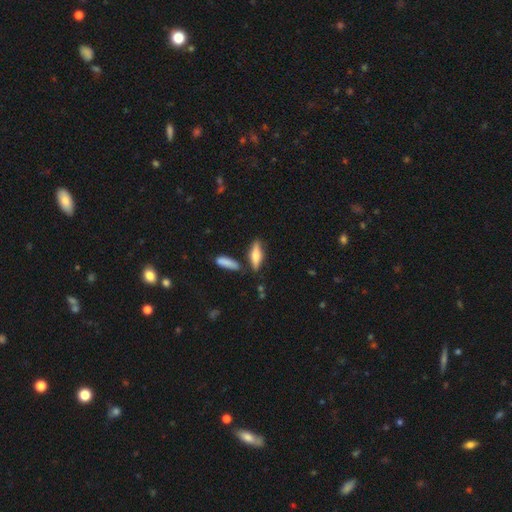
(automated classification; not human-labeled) Smooth or featured? smooth (58%)
How rounded? cigar-shaped (58%)
Merging? none (73%)